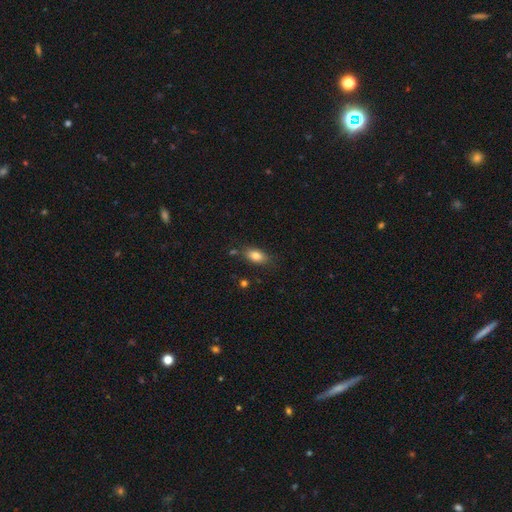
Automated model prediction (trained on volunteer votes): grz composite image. It shows a smooth galaxy with no disk features (82%) that is in between round and cigar-shaped (87%). Merging: none (78%).